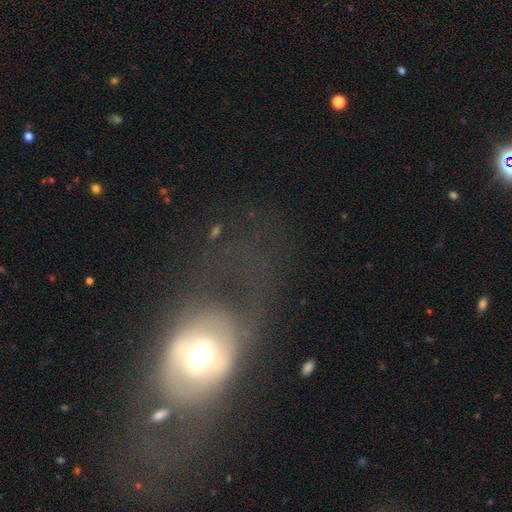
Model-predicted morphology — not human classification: Smooth or featured? Predicted: featured or disk (p=0.58). Edge-on disk? Predicted: no (p=0.89). Bar? Predicted: no (p=0.52). Spiral arms? Predicted: no (p=0.65). Bulge size? Predicted: moderate (p=0.51). Merging? Predicted: none (p=0.57).